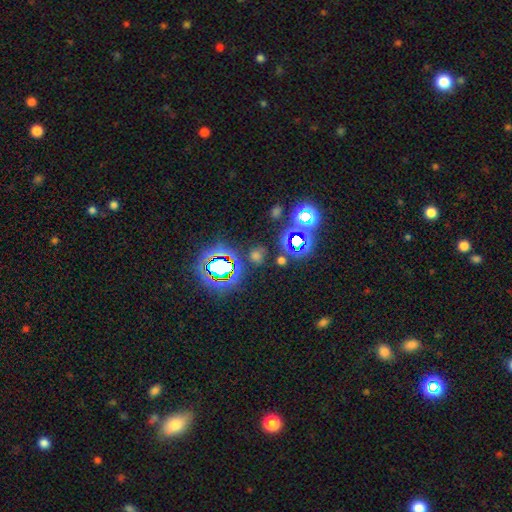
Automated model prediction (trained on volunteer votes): Smooth or featured? Predicted: star or artifact (p=0.50).